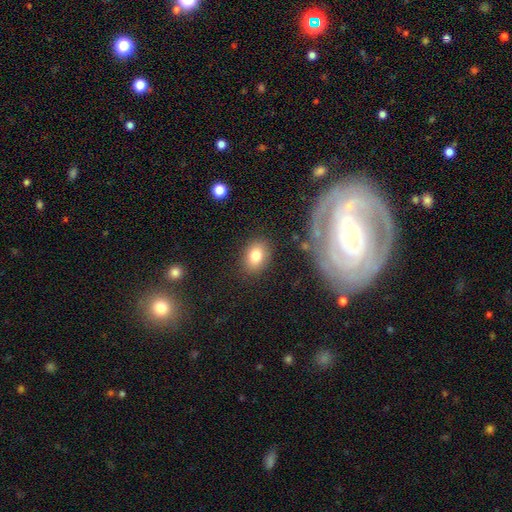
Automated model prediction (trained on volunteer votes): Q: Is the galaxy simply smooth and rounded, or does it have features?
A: smooth — 81%.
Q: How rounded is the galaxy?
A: in between — 64%.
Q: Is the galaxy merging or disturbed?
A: none — 85%.